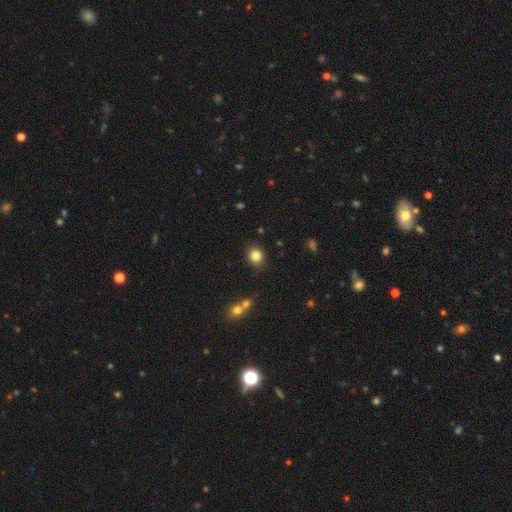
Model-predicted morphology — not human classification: A smooth galaxy with no disk features (83%) that is round (68%).

Vote fractions:
- Smooth or featured? smooth: 83% / star or artifact: 10% / featured or disk: 6%
- How rounded? round: 68% / in between: 31% / cigar-shaped: 1%
- Merging? none: 85% / minor disturbance: 9% / merger: 3% / major disturbance: 3%